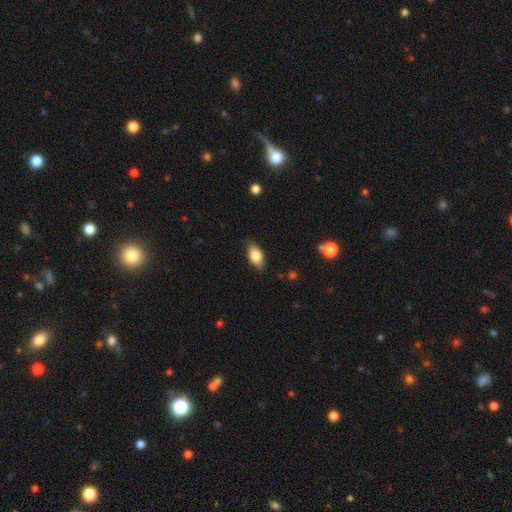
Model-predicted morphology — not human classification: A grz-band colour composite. It shows a smooth galaxy with no disk features (79%) that is in between round and cigar-shaped (89%). Merging: none (83%).